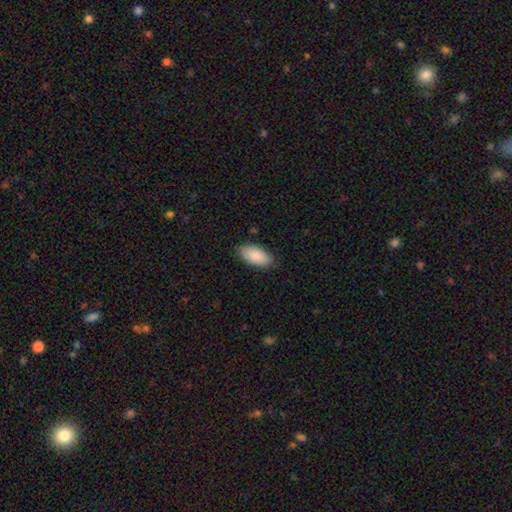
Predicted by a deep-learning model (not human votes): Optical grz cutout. It shows a smooth galaxy with no disk features (88%) that is in between round and cigar-shaped (93%). Merging: none (84%).